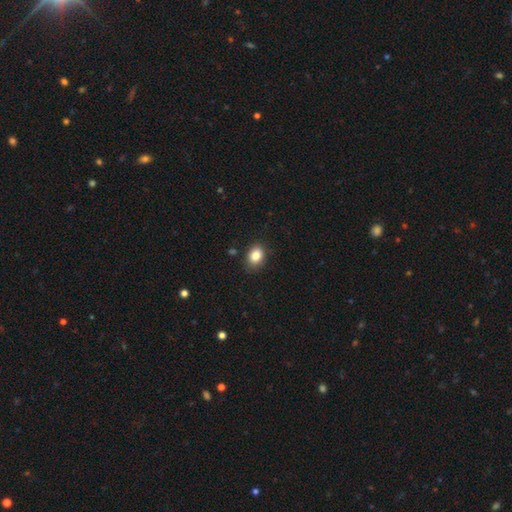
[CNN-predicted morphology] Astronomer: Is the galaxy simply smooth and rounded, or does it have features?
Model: smooth — 84%.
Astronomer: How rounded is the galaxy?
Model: in between — 65%.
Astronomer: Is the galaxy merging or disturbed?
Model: none — 86%.